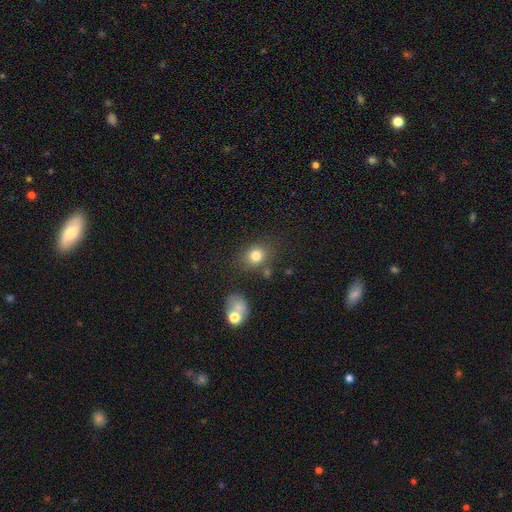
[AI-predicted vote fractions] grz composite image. It shows a smooth galaxy with no disk features (79%) that is round (64%). Merging: none (74%).